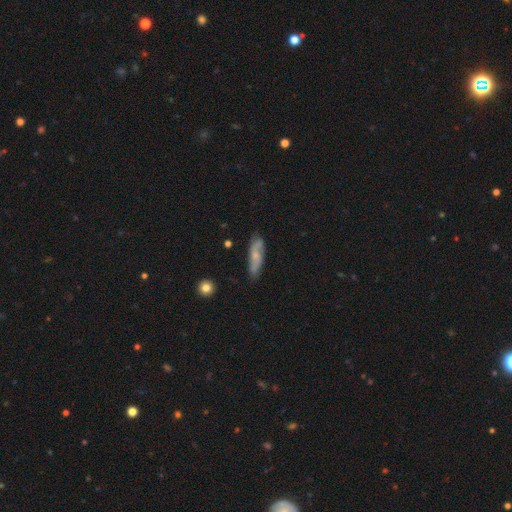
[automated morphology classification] This appears to be a featured or disk galaxy (47%, tied with smooth). Merging: none (71%).